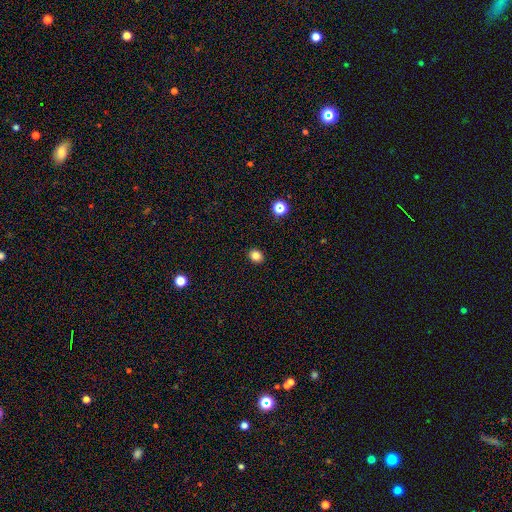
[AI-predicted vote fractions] smooth_or_featured: smooth (p=0.82) [alt: star or artifact p=0.13]
how_rounded: round (p=0.66) [alt: in between p=0.34]
merging: none (p=0.91) [alt: minor disturbance p=0.06]